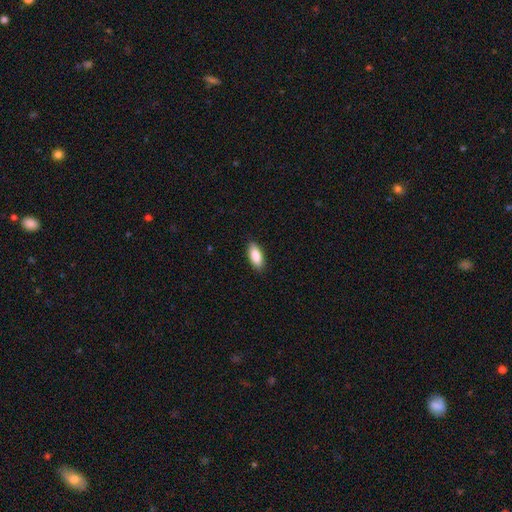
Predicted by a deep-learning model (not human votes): Smooth or featured?
  - smooth: 88% *
  - star or artifact: 6%
  - featured or disk: 6%
How rounded?
  - in between: 86% *
  - cigar-shaped: 12%
  - round: 2%
Merging?
  - none: 88% *
  - minor disturbance: 9%
  - major disturbance: 2%
  - merger: 1%